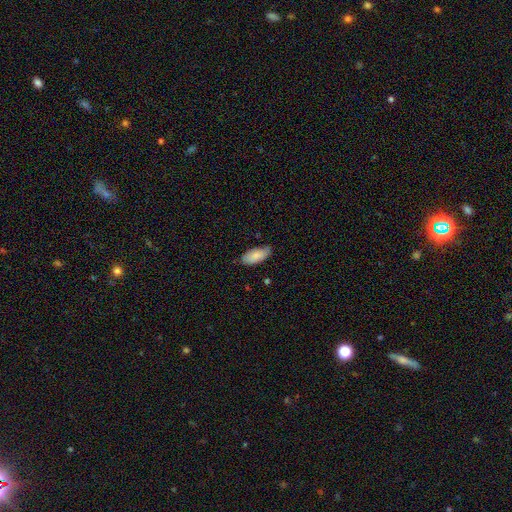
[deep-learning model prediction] A smooth galaxy with no disk features (85%) that is in between round and cigar-shaped (90%). Merging: none (68%).